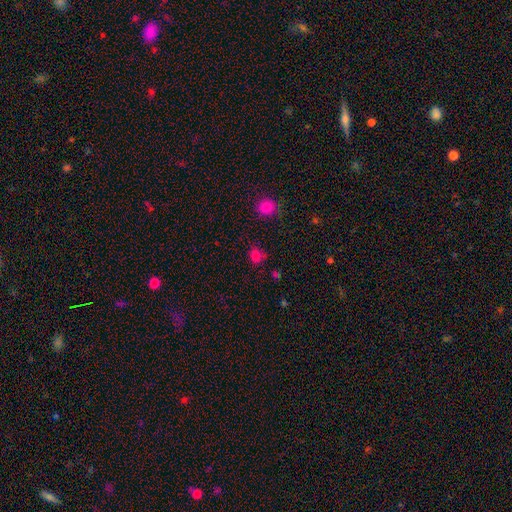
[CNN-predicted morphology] Smooth or featured? Predicted: smooth (p=0.77). How rounded? Predicted: round (p=0.62). Merging? Predicted: none (p=0.73).